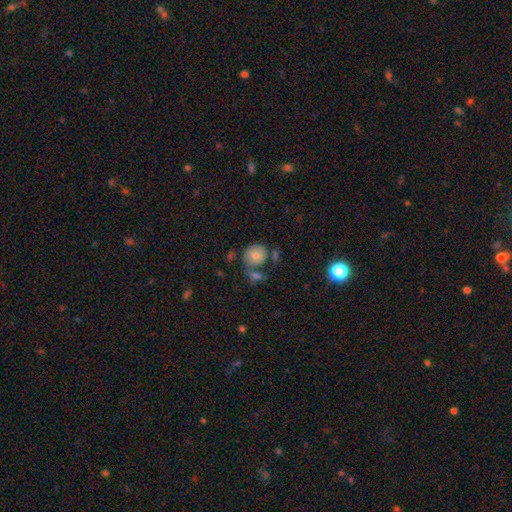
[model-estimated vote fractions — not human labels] Smooth or featured?
  - smooth: 75% *
  - featured or disk: 16%
  - star or artifact: 9%
How rounded?
  - round: 71% *
  - in between: 28%
  - cigar-shaped: 1%
Merging?
  - none: 48% *
  - merger: 25%
  - minor disturbance: 18%
  - major disturbance: 9%